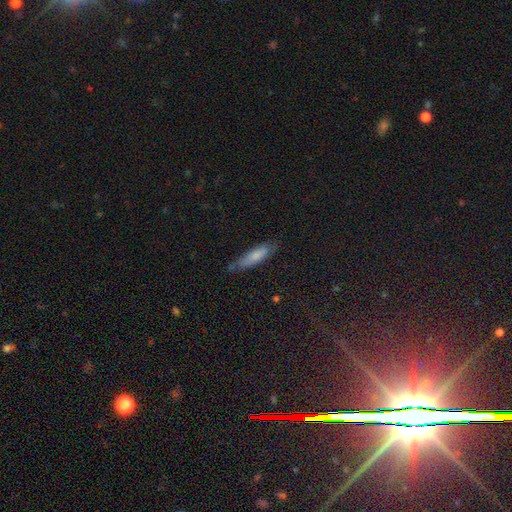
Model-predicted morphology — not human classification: Overall: smooth (76%). How rounded: cigar-shaped (69%; in between 30%). Merging: none (68%).